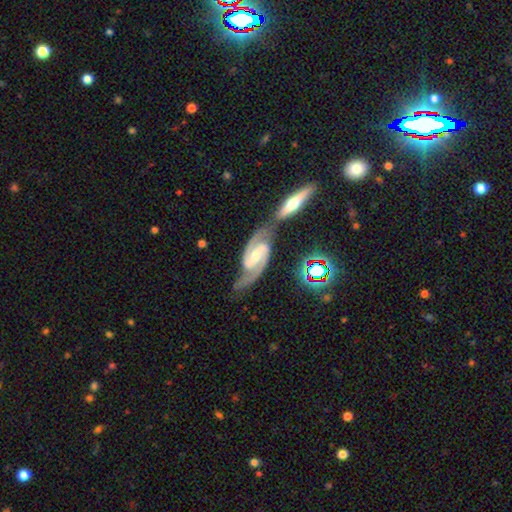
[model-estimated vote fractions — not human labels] Q: Smooth or featured?
A: featured or disk (91%); runner-up: star or artifact (5%)
Q: Edge-on disk?
A: no (96%); runner-up: yes (4%)
Q: Bar?
A: weak (46%); runner-up: strong (33%)
Q: Spiral arms?
A: yes (98%); runner-up: no (2%)
Q: Spiral winding?
A: medium (59%); runner-up: tight (26%)
Q: Spiral arm count?
A: 2 (94%); runner-up: can't tell (2%)
Q: Bulge size?
A: small (47%); runner-up: moderate (45%)
Q: Merging?
A: none (56%); runner-up: merger (22%)